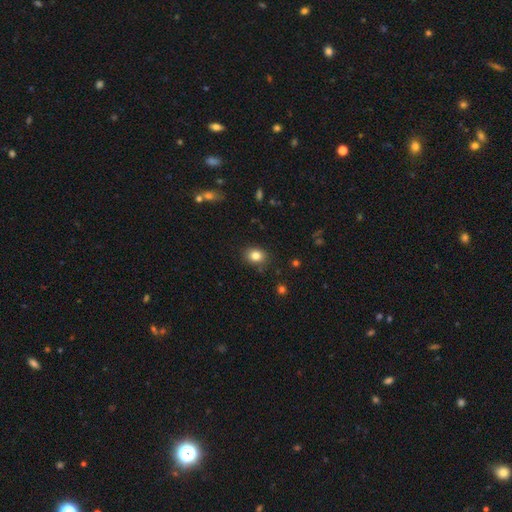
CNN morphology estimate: This is clearly a smooth galaxy (83%). How rounded: possibly in between (54%). Merging: clearly none (85%).